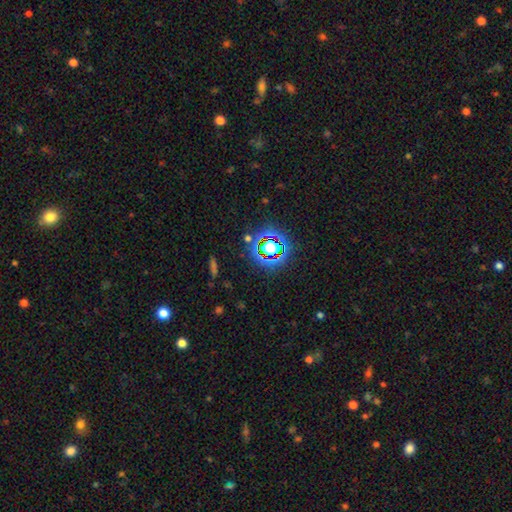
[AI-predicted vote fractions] This appears to be a star or artifact, not a galaxy (77%).